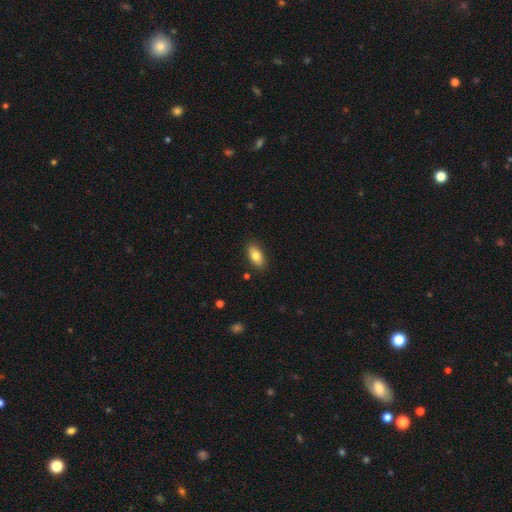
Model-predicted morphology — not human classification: This appears to be a smooth galaxy with no disk features (81%) that is in between round and cigar-shaped (90%). Merging: none (87%).